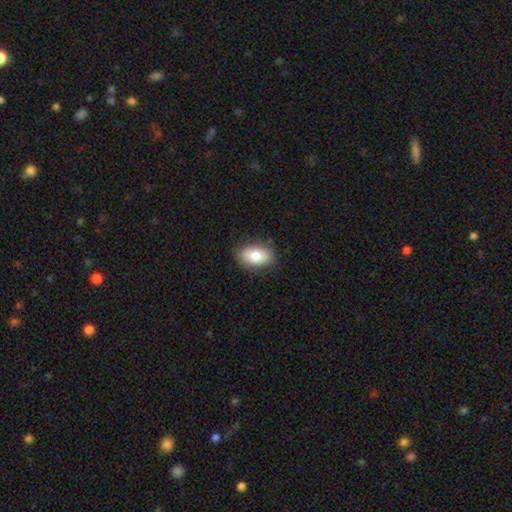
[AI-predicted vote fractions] Q: Smooth or featured?
A: smooth (80%); runner-up: featured or disk (12%)
Q: How rounded?
A: in between (89%); runner-up: round (9%)
Q: Merging?
A: none (84%); runner-up: minor disturbance (12%)